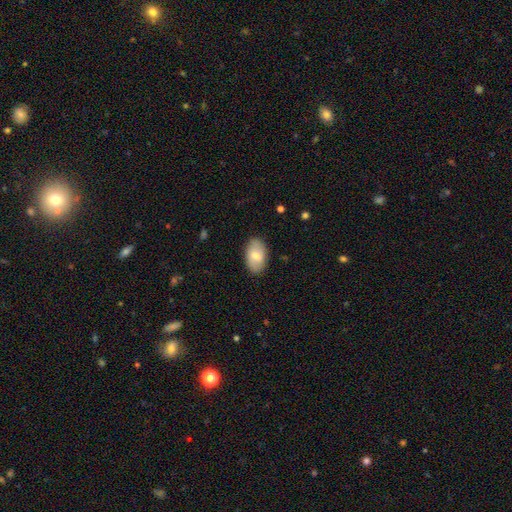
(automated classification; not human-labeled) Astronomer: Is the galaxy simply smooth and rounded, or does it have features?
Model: smooth — 69%.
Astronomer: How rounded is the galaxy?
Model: in between — 93%.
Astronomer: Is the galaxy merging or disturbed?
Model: none — 86%.